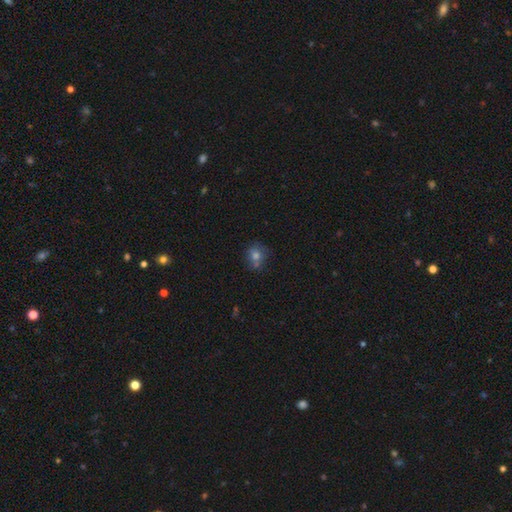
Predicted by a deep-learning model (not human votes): Smooth or featured: smooth — 71% (star or artifact — 16%)
How rounded: round — 79% (in between — 20%)
Merging: none — 63% (minor disturbance — 17%)